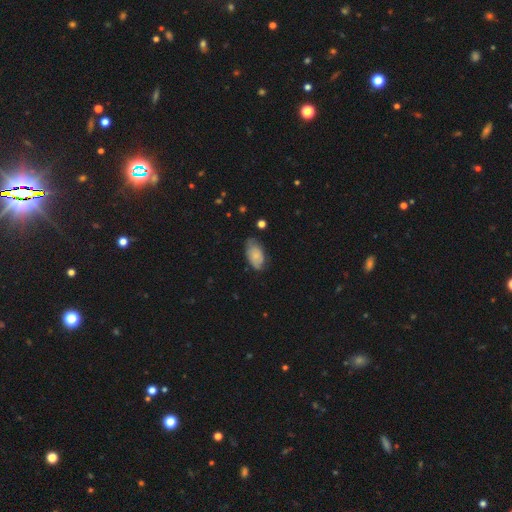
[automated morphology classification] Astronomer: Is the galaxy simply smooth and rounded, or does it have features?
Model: smooth — 73%.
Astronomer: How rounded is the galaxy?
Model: in between — 93%.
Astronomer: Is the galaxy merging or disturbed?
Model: none — 61%.